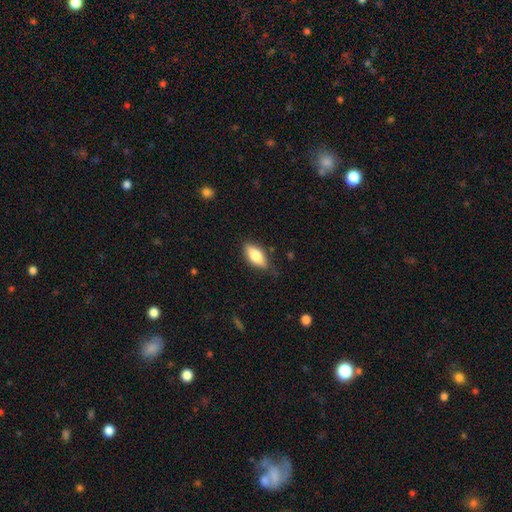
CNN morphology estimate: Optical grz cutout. It shows a smooth galaxy with no disk features (71%) that is in between round and cigar-shaped (80%). Merging: none (79%).